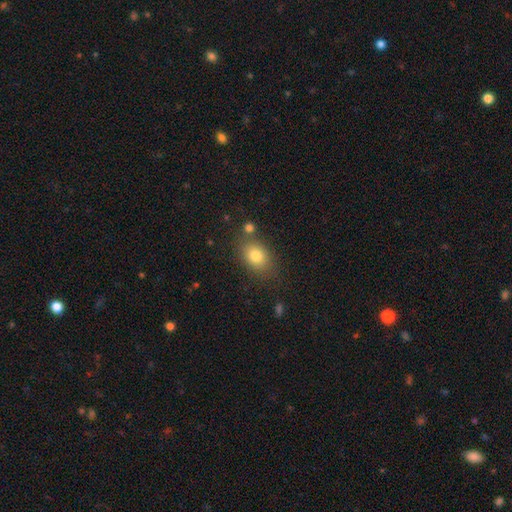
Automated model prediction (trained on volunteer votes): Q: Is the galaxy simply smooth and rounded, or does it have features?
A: smooth — 80%.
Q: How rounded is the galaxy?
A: in between — 70%.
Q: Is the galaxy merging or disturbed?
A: none — 73%.